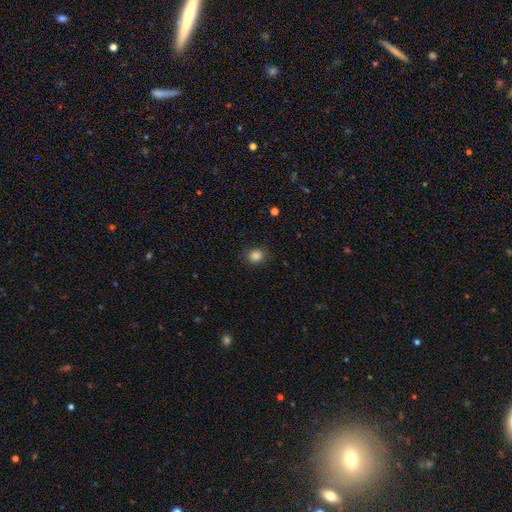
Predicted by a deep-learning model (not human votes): Q: Smooth or featured?
A: smooth (85%); runner-up: star or artifact (11%)
Q: How rounded?
A: round (69%); runner-up: in between (30%)
Q: Merging?
A: none (85%); runner-up: minor disturbance (11%)